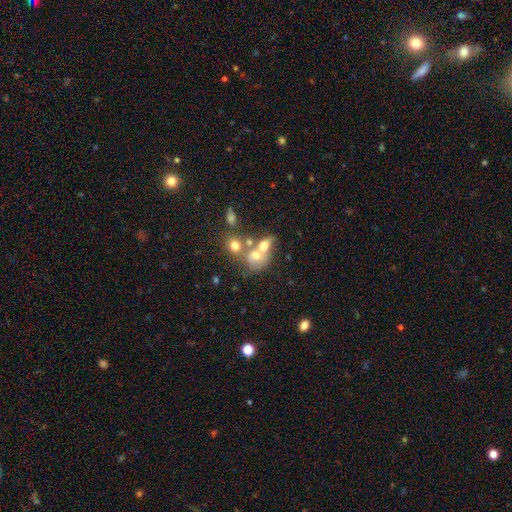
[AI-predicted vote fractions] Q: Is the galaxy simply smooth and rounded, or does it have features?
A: smooth — 60%.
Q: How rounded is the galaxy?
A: round — 51%.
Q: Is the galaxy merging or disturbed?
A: merger — 59%.